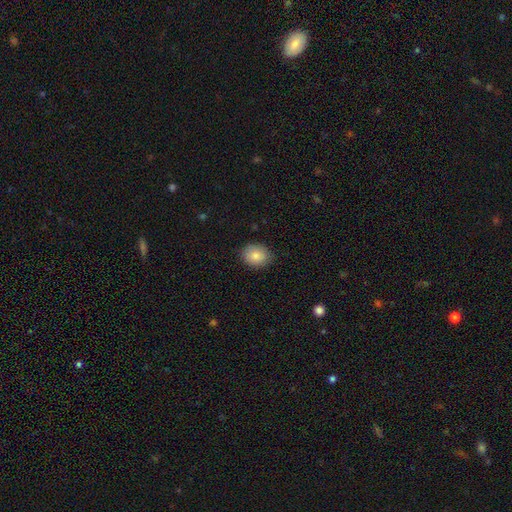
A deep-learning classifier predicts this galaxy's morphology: The model was most divided on "how rounded": in between: 52%, round: 48%, cigar-shaped: 1%. More confident: smooth or featured — smooth (85%); merging — none (83%).